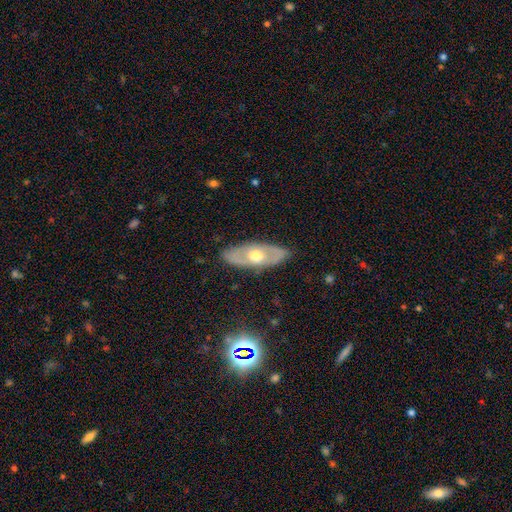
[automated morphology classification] Smooth or featured?
  - featured or disk: 62% *
  - smooth: 31%
  - star or artifact: 7%
Edge-on disk?
  - no: 77% *
  - yes: 23%
Merging?
  - none: 85% *
  - minor disturbance: 11%
  - major disturbance: 3%
  - merger: 1%